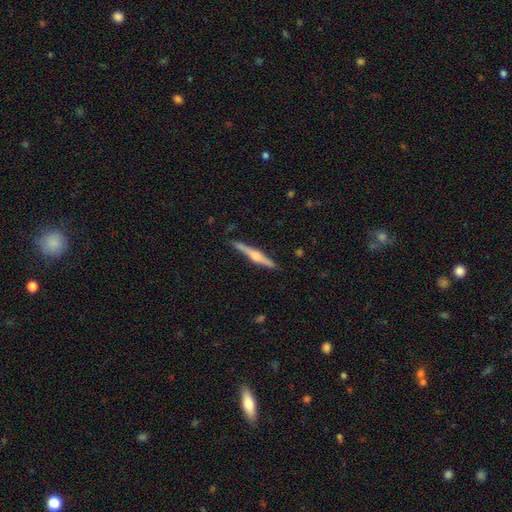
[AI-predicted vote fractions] Overall: featured or disk (76%). Edge-on disk: yes (98%). Edge-on bulge: rounded (90%). Merging: none (89%).